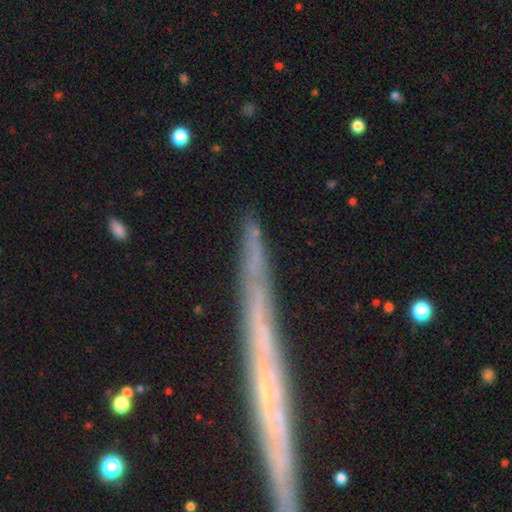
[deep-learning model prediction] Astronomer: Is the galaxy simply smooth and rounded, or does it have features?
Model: featured or disk — 43% (runner-up: smooth, 39%).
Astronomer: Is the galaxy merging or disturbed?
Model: none — 79%.